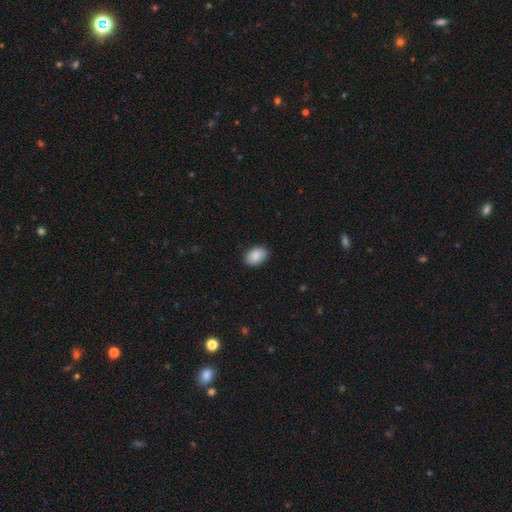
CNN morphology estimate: smooth 89%, star or artifact 6%, featured or disk 4%. Down the decision tree: how rounded — in between (85%); merging — none (88%).